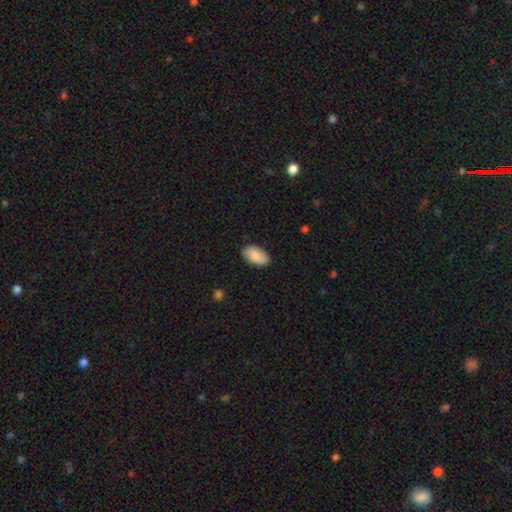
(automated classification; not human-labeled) This is clearly a smooth galaxy (83%). How rounded: clearly in between (94%). Merging: clearly none (83%).